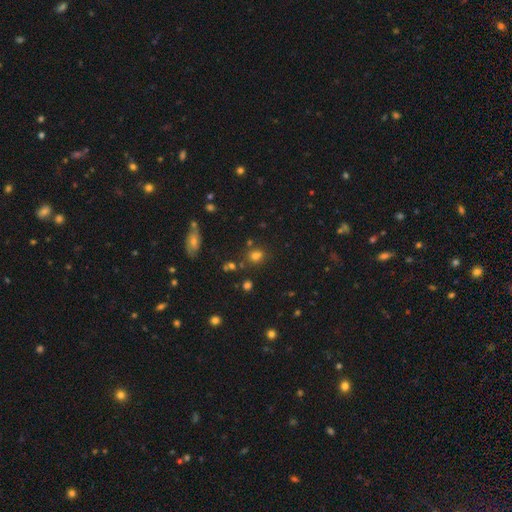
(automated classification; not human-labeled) This appears to be a smooth galaxy with no disk features (71%) that is round (60%). Merging: none (72%).